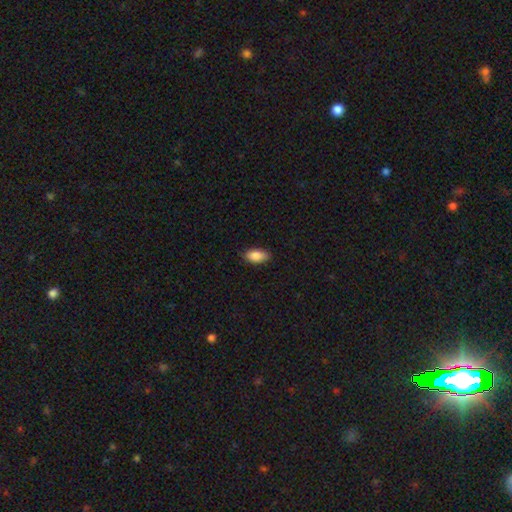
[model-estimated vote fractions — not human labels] Smooth or featured? Predicted: smooth (p=0.87). How rounded? Predicted: in between (p=0.92). Merging? Predicted: none (p=0.85).